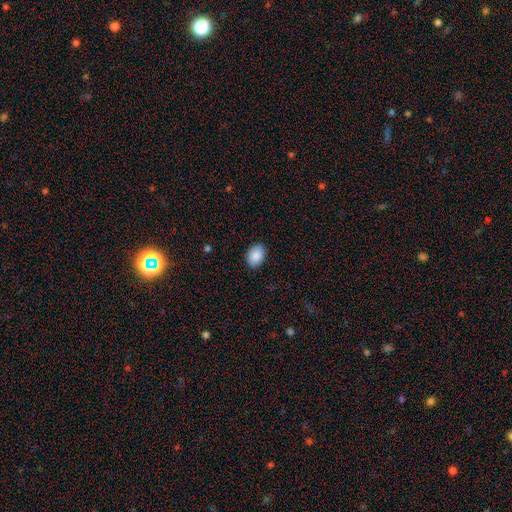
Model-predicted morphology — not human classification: The model was most divided on "how rounded": in between: 72%, round: 27%, cigar-shaped: 1%. More confident: smooth or featured — smooth (89%); merging — none (87%).